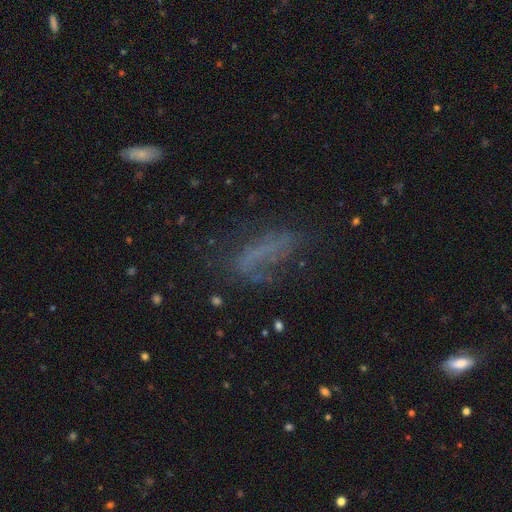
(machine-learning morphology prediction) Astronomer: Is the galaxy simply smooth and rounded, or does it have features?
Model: smooth — 43% (runner-up: featured or disk, 34%).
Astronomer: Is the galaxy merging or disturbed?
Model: none — 44% (runner-up: major disturbance, 29%).